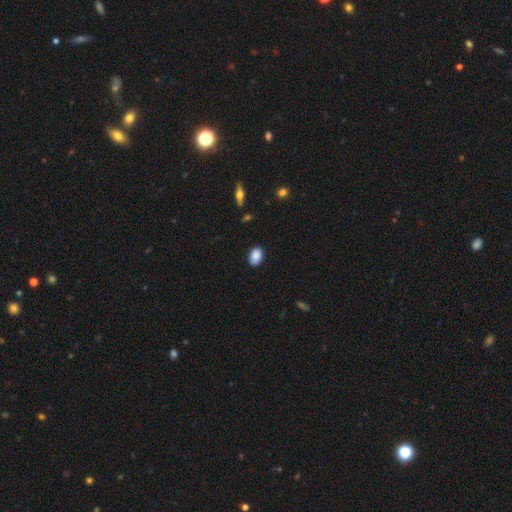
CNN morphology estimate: Overall: smooth (89%). How rounded: in between (86%). Merging: none (87%).